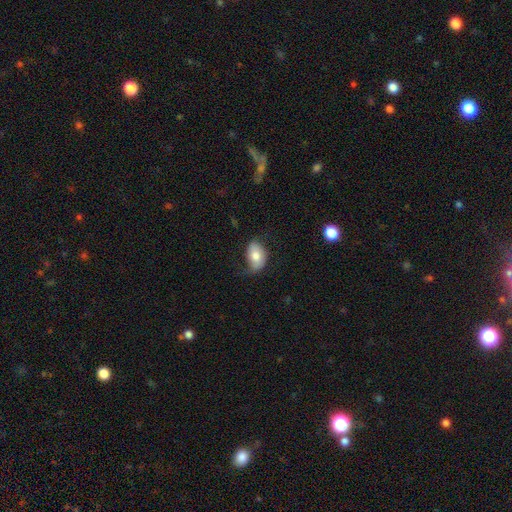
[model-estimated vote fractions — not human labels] A smooth galaxy with no disk features (68%) that is in between round and cigar-shaped (88%).

Vote fractions:
- Smooth or featured? smooth: 68% / featured or disk: 25% / star or artifact: 7%
- How rounded? in between: 88% / round: 11% / cigar-shaped: 1%
- Merging? none: 48% / minor disturbance: 34% / major disturbance: 16% / merger: 2%